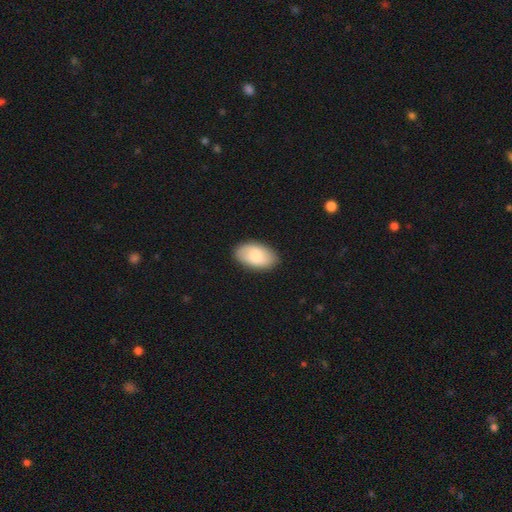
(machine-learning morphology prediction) Q: Smooth or featured?
A: smooth (76%); runner-up: featured or disk (18%)
Q: How rounded?
A: in between (94%); runner-up: round (5%)
Q: Merging?
A: none (87%); runner-up: minor disturbance (10%)